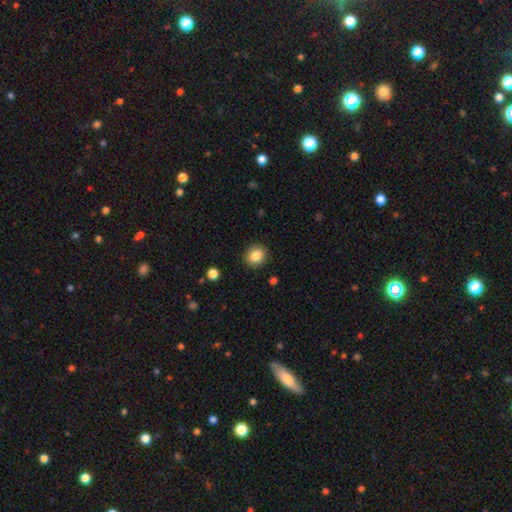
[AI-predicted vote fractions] smooth 85%, star or artifact 10%, featured or disk 5%. Down the decision tree: how rounded — round (81%); merging — none (90%).